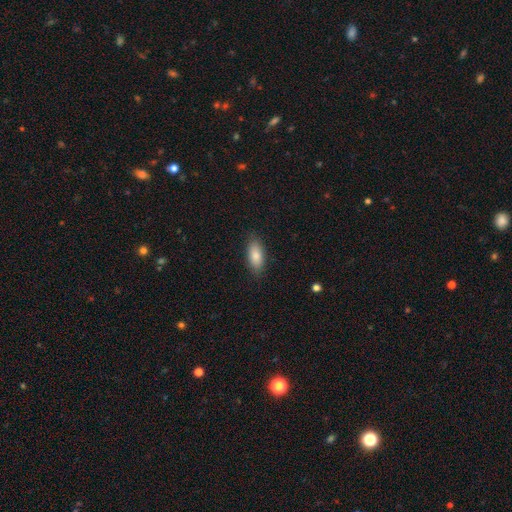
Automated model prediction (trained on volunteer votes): Overall: smooth (84%). How rounded: in between (85%). Merging: none (85%).